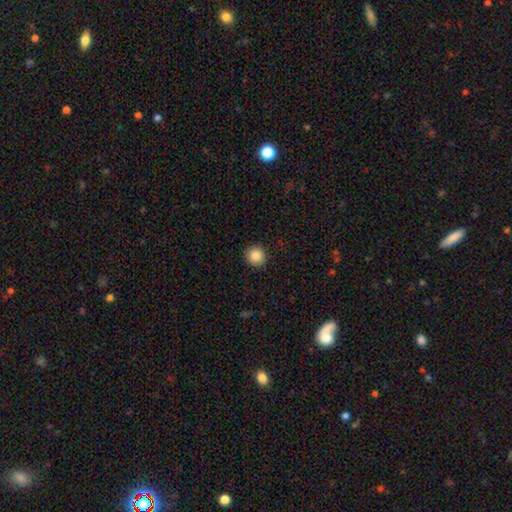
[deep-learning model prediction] smooth 87%, star or artifact 9%, featured or disk 3%. Down the decision tree: how rounded — round (92%); merging — none (91%).